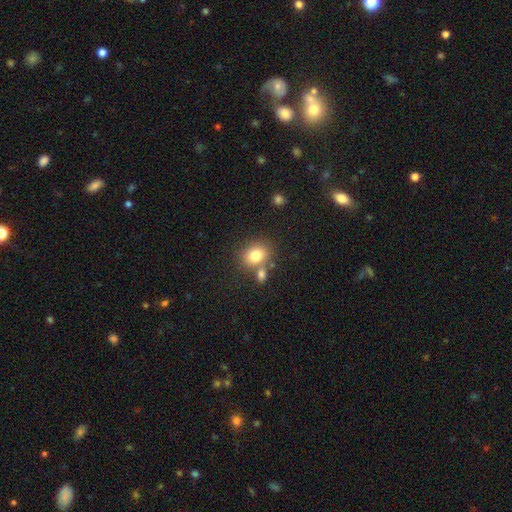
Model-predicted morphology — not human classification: smooth_or_featured: smooth (p=0.79) [alt: star or artifact p=0.11]
how_rounded: round (p=0.56) [alt: in between p=0.43]
merging: none (p=0.61) [alt: merger p=0.24]